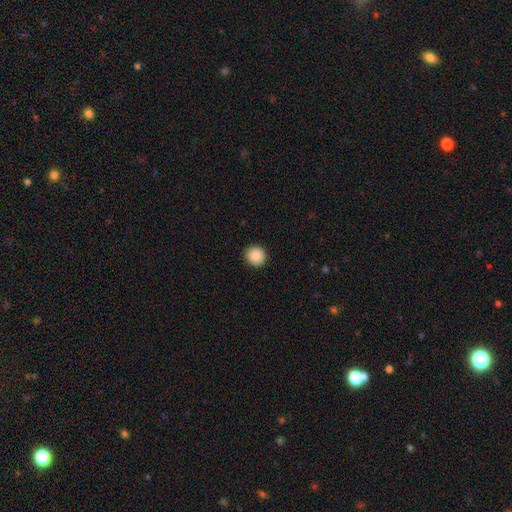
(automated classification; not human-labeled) This is clearly a smooth galaxy (89%). How rounded: clearly round (89%). Merging: clearly none (92%).